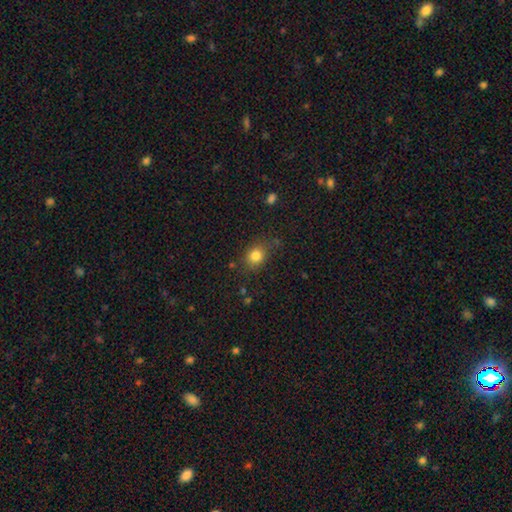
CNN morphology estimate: Q: Smooth or featured?
A: smooth (82%); runner-up: star or artifact (12%)
Q: How rounded?
A: round (63%); runner-up: in between (36%)
Q: Merging?
A: none (74%); runner-up: minor disturbance (17%)